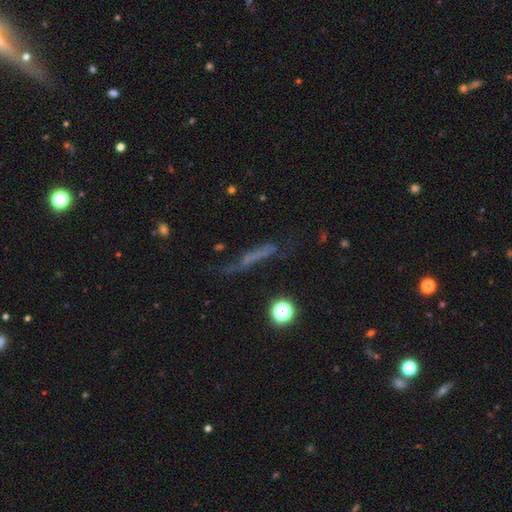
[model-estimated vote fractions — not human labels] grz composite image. It shows a smooth galaxy with no disk features (42%). Merging: none (61%).